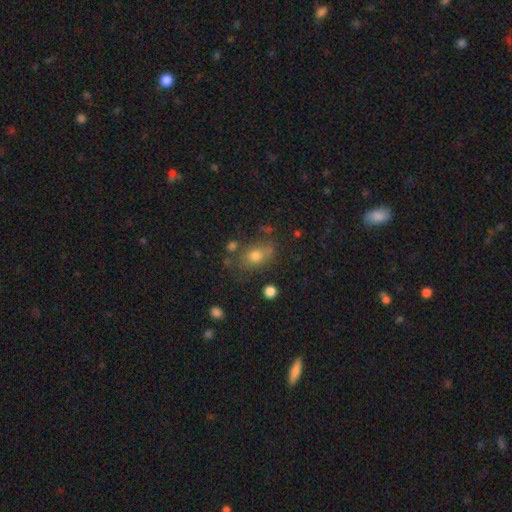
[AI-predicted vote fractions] A smooth galaxy with no disk features (71%) that is in between round and cigar-shaped (62%). Merging: none (62%).